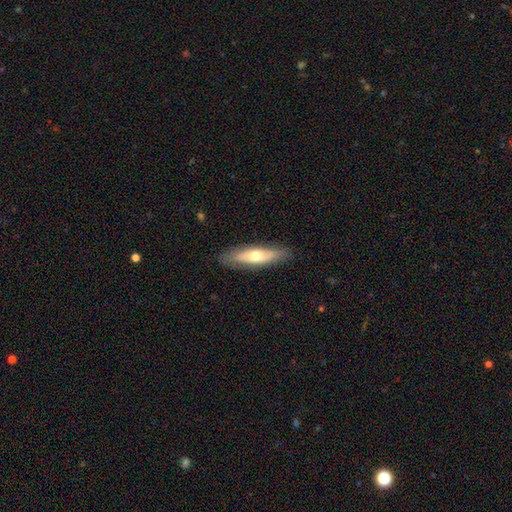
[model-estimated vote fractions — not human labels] This is possibly a smooth galaxy (52%). How rounded: likely cigar-shaped (67%). Merging: clearly none (86%).